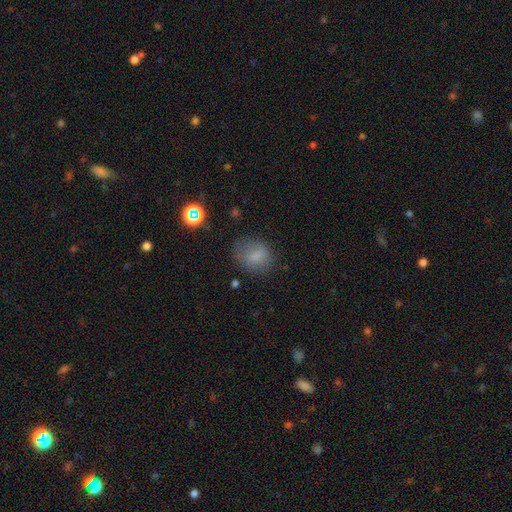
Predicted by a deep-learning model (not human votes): Overall: smooth (74%). How rounded: round (59%; in between 40%). Merging: none (65%).